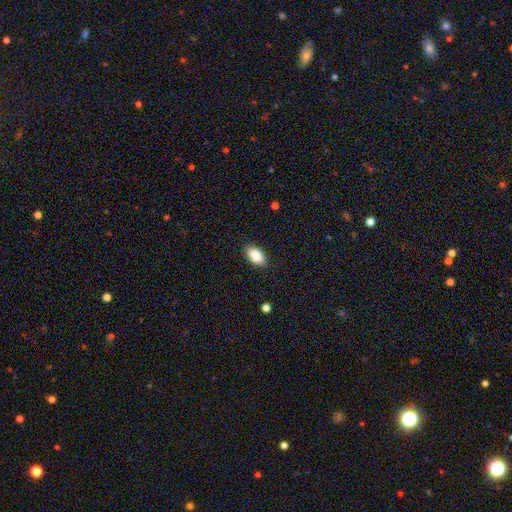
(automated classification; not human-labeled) smooth-or-featured: smooth: 90% | star or artifact: 7% | featured or disk: 4%
  how-rounded: in between: 94% | round: 4% | cigar-shaped: 2%
  merging: none: 88% | minor disturbance: 9% | major disturbance: 2% | merger: 1%